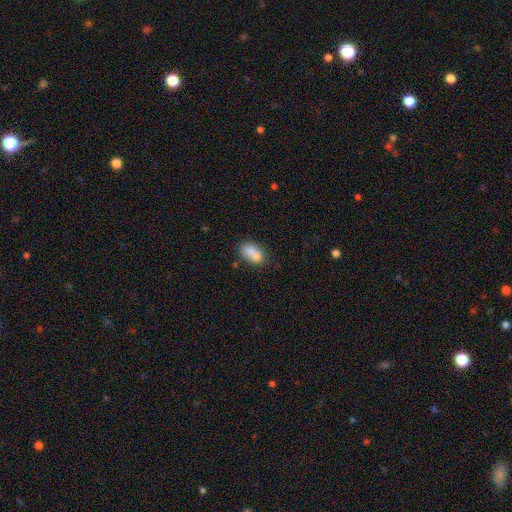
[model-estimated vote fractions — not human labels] Overall: smooth (80%). How rounded: in between (86%). Merging: none (50%; merger 25%).